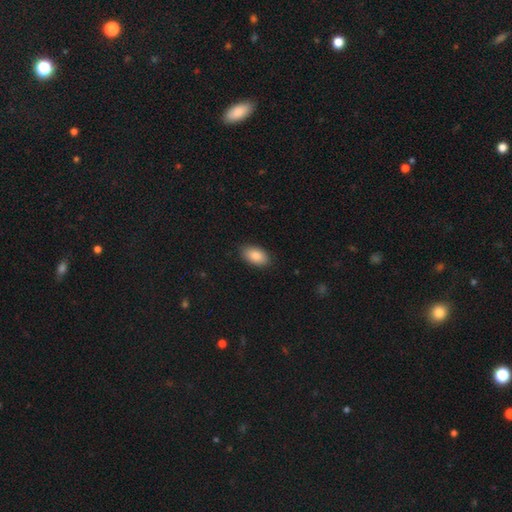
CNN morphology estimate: Smooth or featured?
  - smooth: 86% *
  - star or artifact: 7%
  - featured or disk: 7%
How rounded?
  - in between: 93% *
  - round: 5%
  - cigar-shaped: 2%
Merging?
  - none: 87% *
  - minor disturbance: 10%
  - major disturbance: 2%
  - merger: 1%